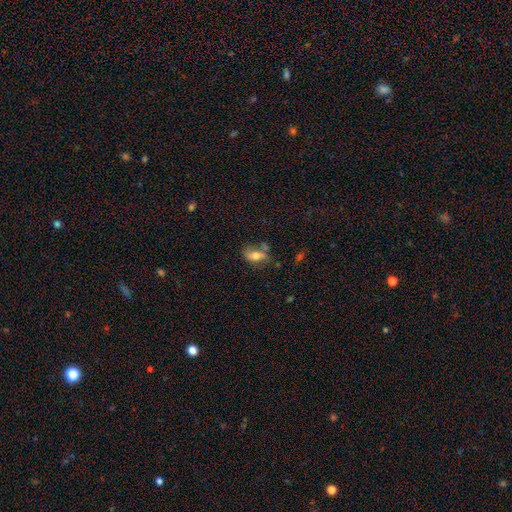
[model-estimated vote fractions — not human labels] smooth 62%, featured or disk 28%, star or artifact 9%. Down the decision tree: how rounded — in between (83%); merging — none (47%).